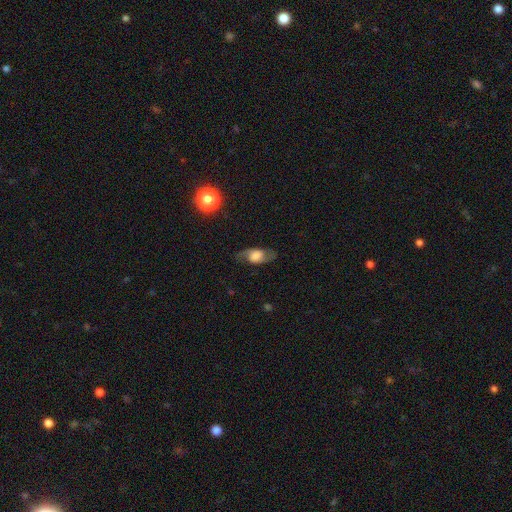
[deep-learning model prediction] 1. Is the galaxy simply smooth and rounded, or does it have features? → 54% featured or disk, 37% smooth, 9% star or artifact.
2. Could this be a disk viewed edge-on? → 83% no, 17% yes.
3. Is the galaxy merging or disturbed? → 74% none, 16% minor disturbance, 8% major disturbance, 1% merger.